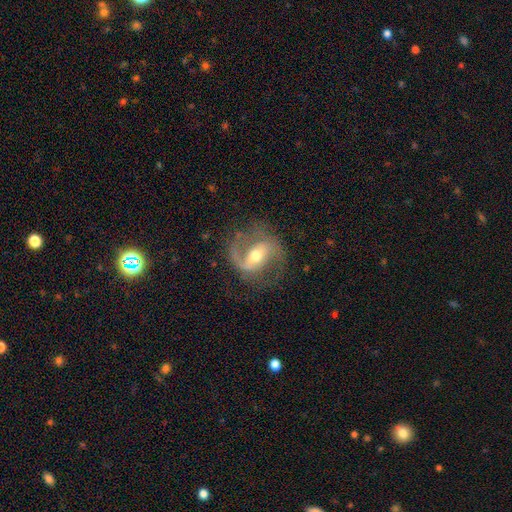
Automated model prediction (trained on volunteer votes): This is clearly a featured or disk galaxy (87%). It is clearly not viewed edge-on (97%). Bar: marginally strong (42%). Spiral arm pattern: clearly yes (95%). Spiral arm count: clearly 2 (82%). Spiral winding: possibly medium (50%). Central bulge: likely moderate (63%). Merging: likely none (70%).